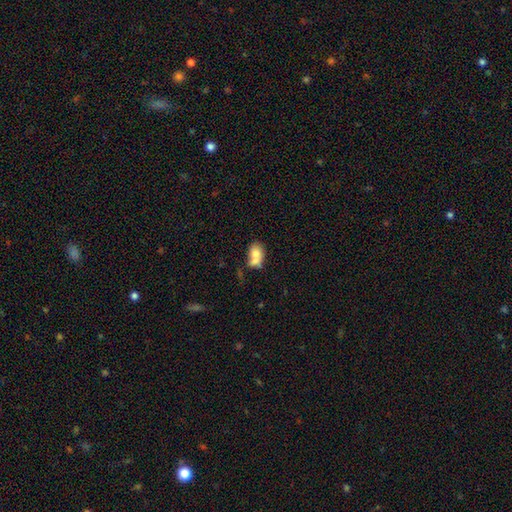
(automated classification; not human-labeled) Morphology: type=smooth (72%); roundness=in between (75%); merging=merger (48%).